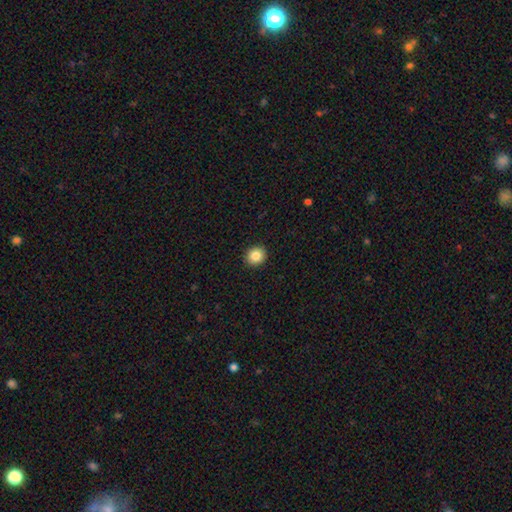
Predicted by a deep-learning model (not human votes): Q: Smooth or featured?
A: smooth (85%); runner-up: star or artifact (9%)
Q: How rounded?
A: round (85%); runner-up: in between (14%)
Q: Merging?
A: none (93%); runner-up: minor disturbance (5%)